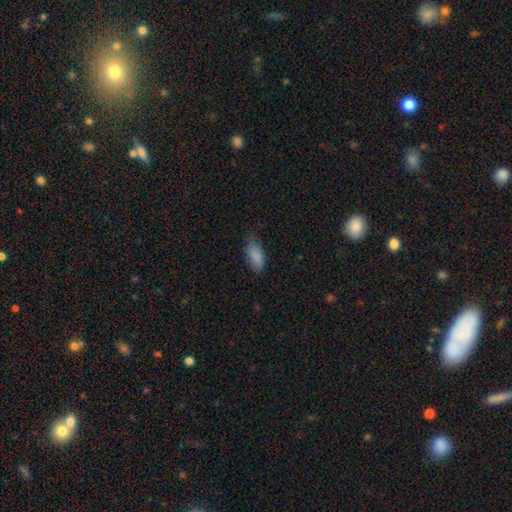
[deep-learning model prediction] A smooth galaxy with no disk features (86%) that is in between round and cigar-shaped (87%).

Vote fractions:
- Smooth or featured? smooth: 86% / star or artifact: 7% / featured or disk: 6%
- How rounded? in between: 87% / cigar-shaped: 11% / round: 2%
- Merging? none: 64% / minor disturbance: 28% / major disturbance: 6% / merger: 1%